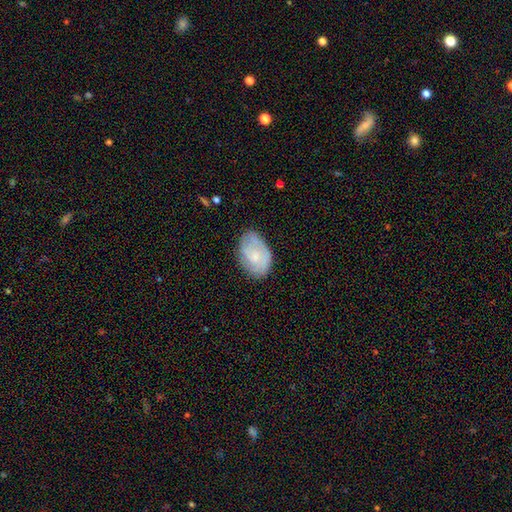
Smooth or featured?
  - smooth: 55% *
  - featured or disk: 45%
  - star or artifact: 0%
How rounded?
  - in between: 86% *
  - round: 14%
  - cigar-shaped: 0%
Merging?
  - none: 66% *
  - minor disturbance: 29%
  - major disturbance: 5%
  - merger: 0%